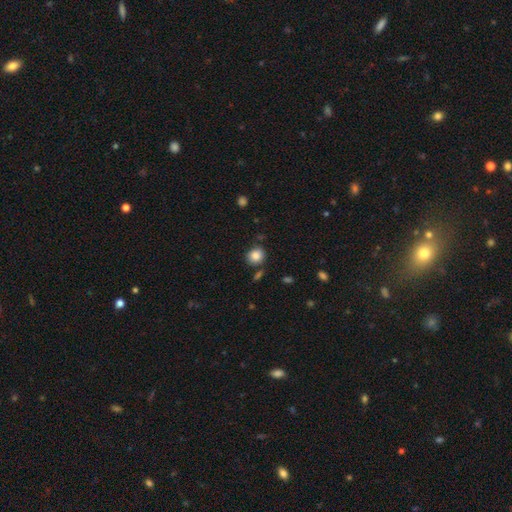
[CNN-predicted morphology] smooth-or-featured: smooth: 85% | star or artifact: 9% | featured or disk: 5%
  how-rounded: round: 78% | in between: 22% | cigar-shaped: 1%
  merging: none: 79% | minor disturbance: 11% | merger: 6% | major disturbance: 3%